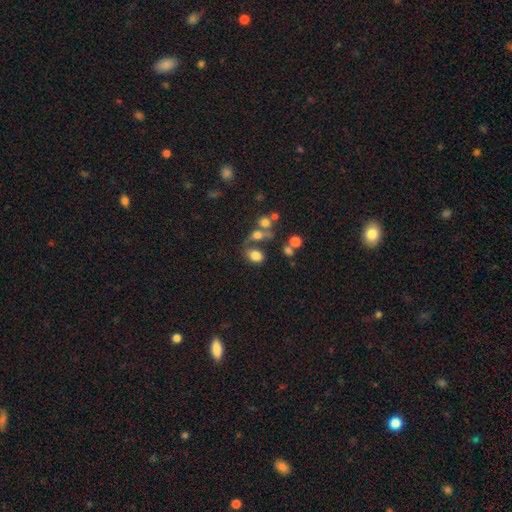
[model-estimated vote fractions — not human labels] Overall: smooth (76%). How rounded: in between (75%). Merging: none (43%; merger 29%).